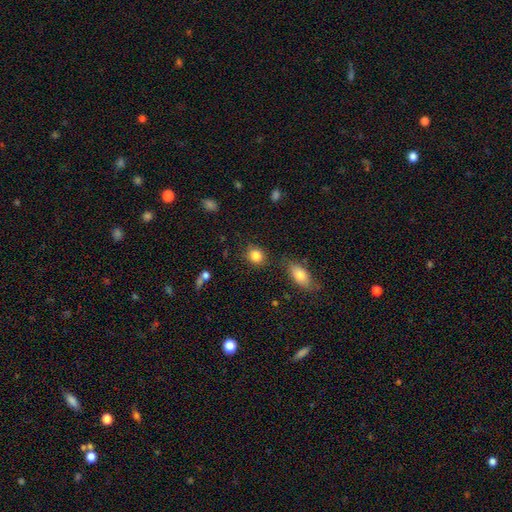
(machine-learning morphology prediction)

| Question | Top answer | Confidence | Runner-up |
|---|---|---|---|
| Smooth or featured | smooth | 85% | star or artifact (9%) |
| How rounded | round | 74% | in between (25%) |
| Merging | none | 82% | minor disturbance (10%) |